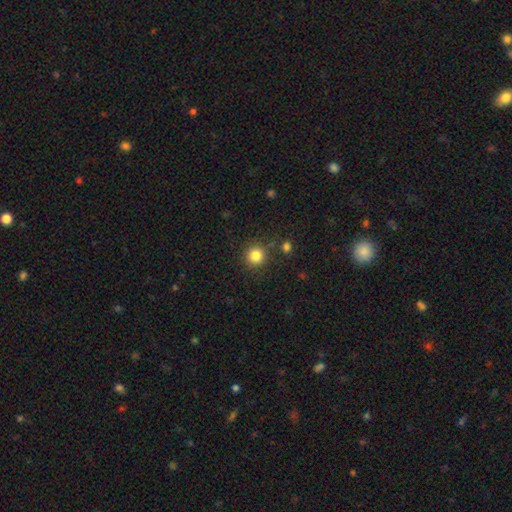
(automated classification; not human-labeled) smooth-or-featured: smooth: 83% | star or artifact: 12% | featured or disk: 5%
  how-rounded: round: 94% | in between: 5% | cigar-shaped: 1%
  merging: none: 87% | minor disturbance: 7% | merger: 3% | major disturbance: 3%